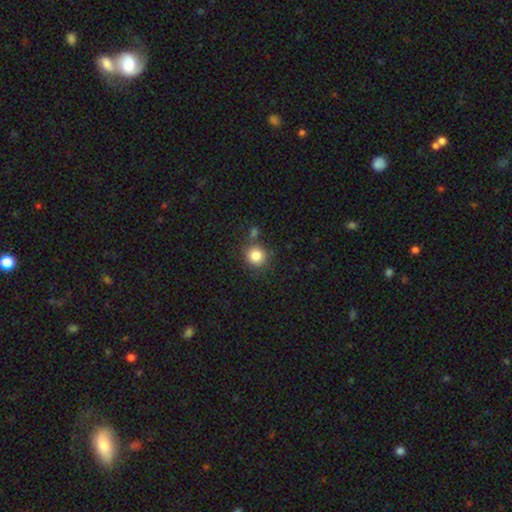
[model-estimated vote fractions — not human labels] The model was most divided on "merging": none: 77%, minor disturbance: 10%, merger: 9%, major disturbance: 3%. More confident: how rounded — round (89%); smooth or featured — smooth (84%).